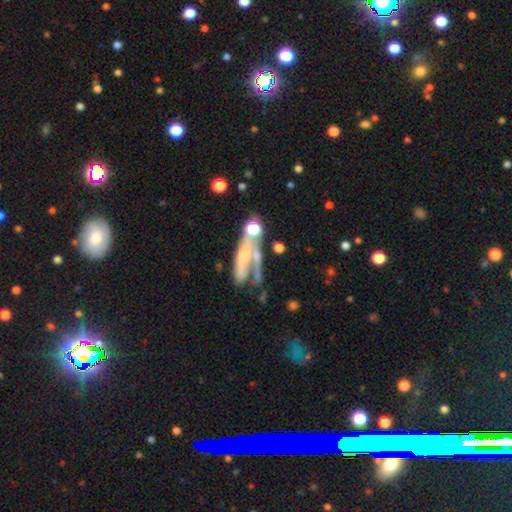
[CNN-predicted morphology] type=featured or disk (58%); edge-on=no (75%); merging=major disturbance (28%, tied with none).